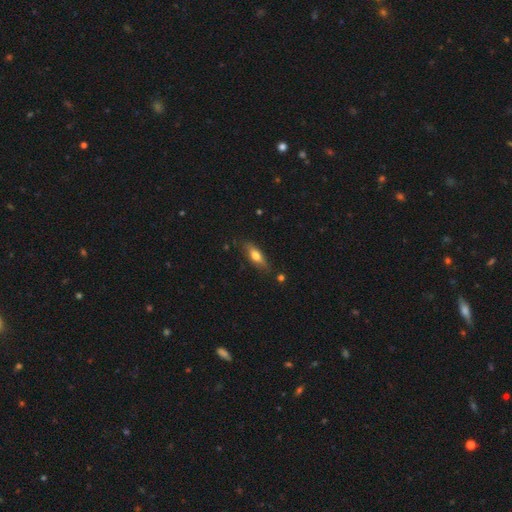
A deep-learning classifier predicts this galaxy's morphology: Smooth or featured?
  - smooth: 64% *
  - featured or disk: 29%
  - star or artifact: 7%
How rounded?
  - in between: 55% *
  - cigar-shaped: 42%
  - round: 3%
Merging?
  - none: 78% *
  - minor disturbance: 17%
  - major disturbance: 3%
  - merger: 2%